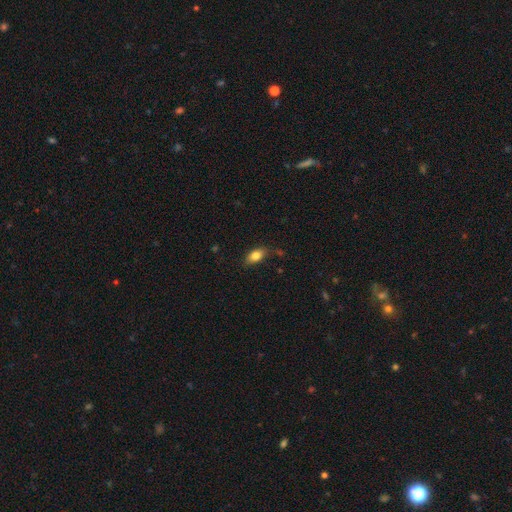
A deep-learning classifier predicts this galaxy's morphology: This appears to be a smooth galaxy with no disk features (81%) that is in between round and cigar-shaped (86%). Merging: none (73%).